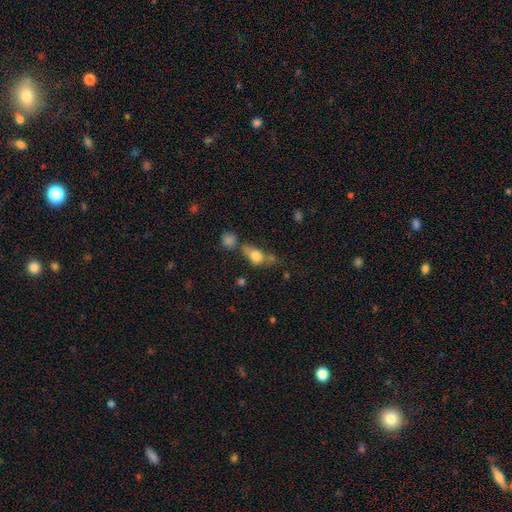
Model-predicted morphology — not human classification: Smooth or featured? Predicted: smooth (p=0.72). How rounded? Predicted: in between (p=0.64). Merging? Predicted: none (p=0.38).